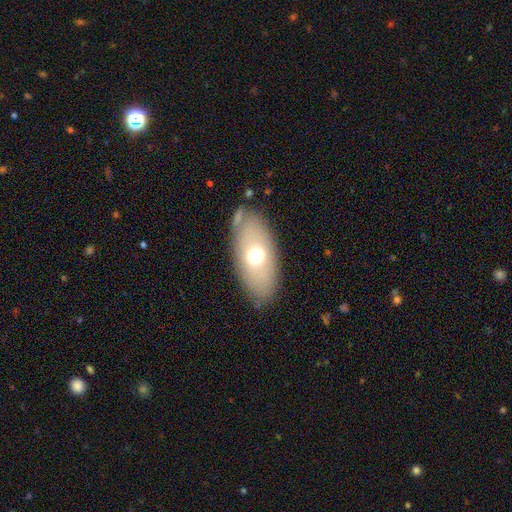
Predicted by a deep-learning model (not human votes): Smooth or featured: smooth — 62% (featured or disk — 29%)
How rounded: in between — 88% (round — 6%)
Merging: none — 79% (minor disturbance — 12%)